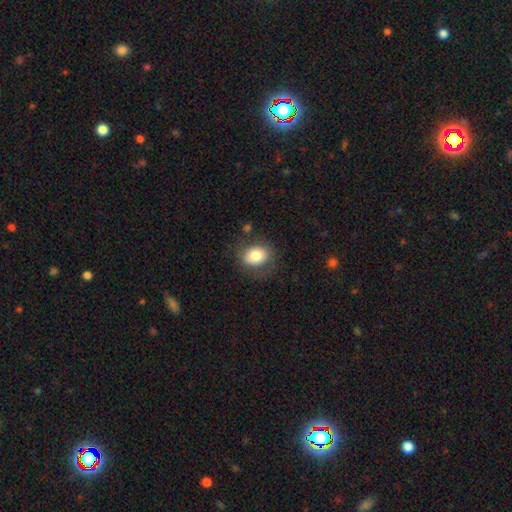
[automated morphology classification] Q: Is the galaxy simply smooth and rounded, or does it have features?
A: smooth — 76%.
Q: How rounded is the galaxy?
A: in between — 52%.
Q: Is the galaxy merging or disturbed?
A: none — 74%.